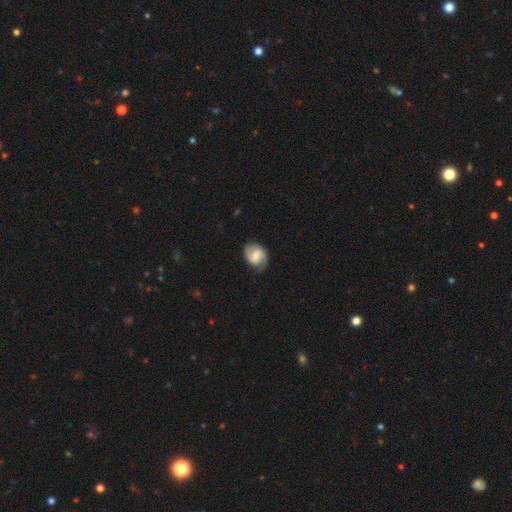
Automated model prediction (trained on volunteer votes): A featured or disk galaxy (66%) with a weak bar (49%), 2 (86%) medium (47%) spiral arms (93%) and a moderate central bulge (44%).

Vote fractions:
- Smooth or featured? featured or disk: 66% / smooth: 28% / star or artifact: 7%
- Edge-on disk? no: 98% / yes: 2%
- Bar? weak: 49% / no: 37% / strong: 14%
- Spiral arms? yes: 93% / no: 7%
- Spiral winding? medium: 47% / tight: 28% / loose: 25%
- Spiral arm count? 2: 86% / can't tell: 6% / 1: 5% / 3: 1% / 4: 1% / more than 4: 1%
- Bulge size? moderate: 44% / small: 37% / none: 10% / large: 7% / dominant: 2%
- Merging? none: 75% / minor disturbance: 18% / major disturbance: 5% / merger: 1%